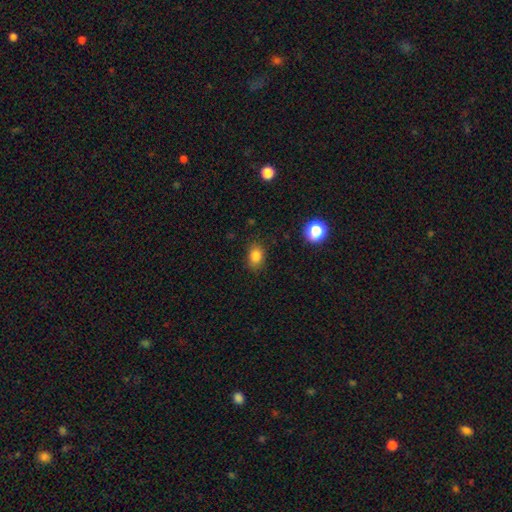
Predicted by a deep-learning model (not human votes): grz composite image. It shows a smooth galaxy with no disk features (82%) that is in between round and cigar-shaped (65%). Merging: none (84%).